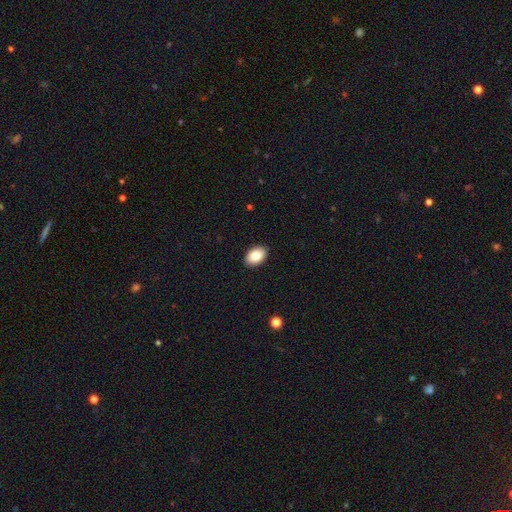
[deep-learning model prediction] smooth 84%, featured or disk 8%, star or artifact 7%. Down the decision tree: how rounded — in between (87%); merging — none (91%).